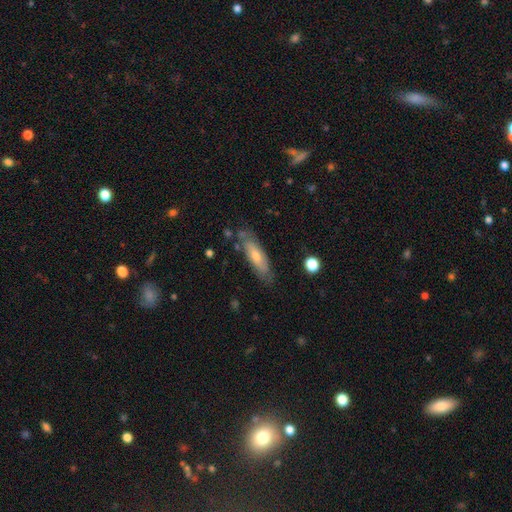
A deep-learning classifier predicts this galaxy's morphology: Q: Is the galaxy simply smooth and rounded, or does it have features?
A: smooth — 49%.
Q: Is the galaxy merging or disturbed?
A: none — 75%.